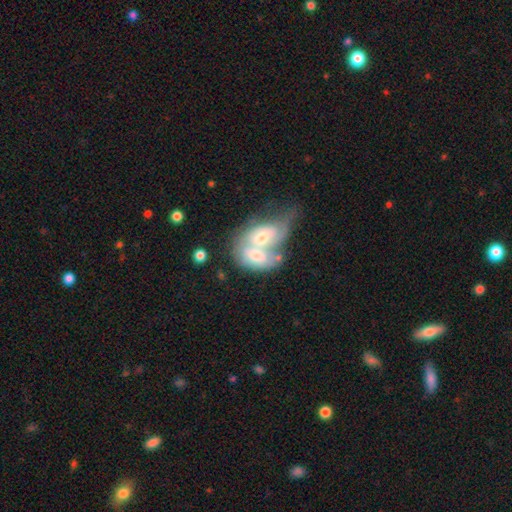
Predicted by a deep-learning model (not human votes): smooth 47% (tied), featured or disk 47% (tied), star or artifact 6%. Down the decision tree: merging — merger (79%).